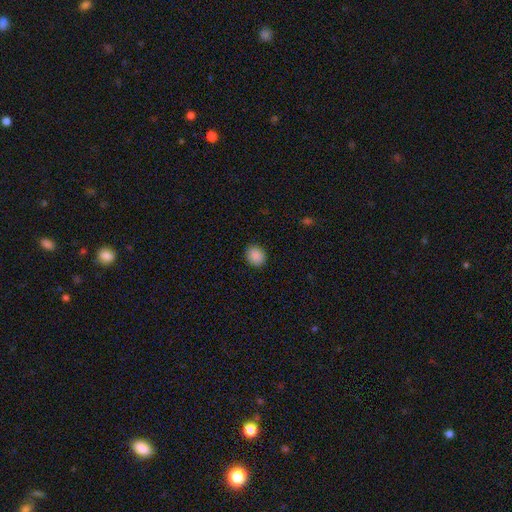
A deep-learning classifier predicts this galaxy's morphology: Overall: smooth (88%). How rounded: round (66%; in between 34%). Merging: none (90%).